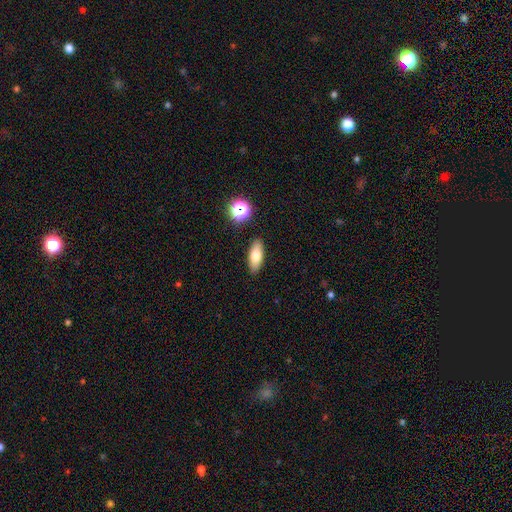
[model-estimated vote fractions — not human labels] Smooth or featured? smooth (75%)
How rounded? in between (78%)
Merging? none (88%)